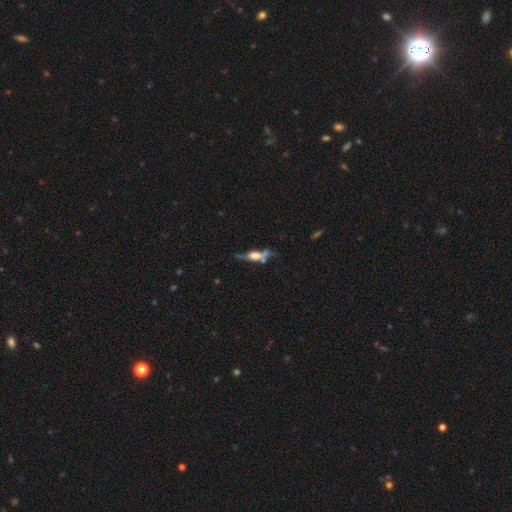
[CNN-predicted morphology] The model was most divided on "smooth or featured": featured or disk: 56%, smooth: 35%, star or artifact: 9%. Remaining: edge-on disk — yes (84%); merging — none (49%).